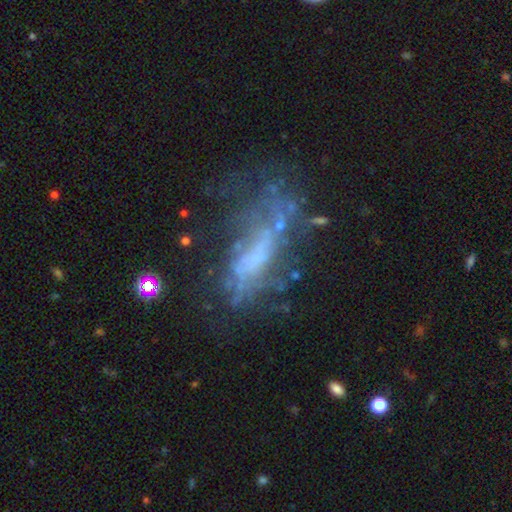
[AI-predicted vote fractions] This appears to be a featured or disk galaxy (59%). Merging: none (42%).